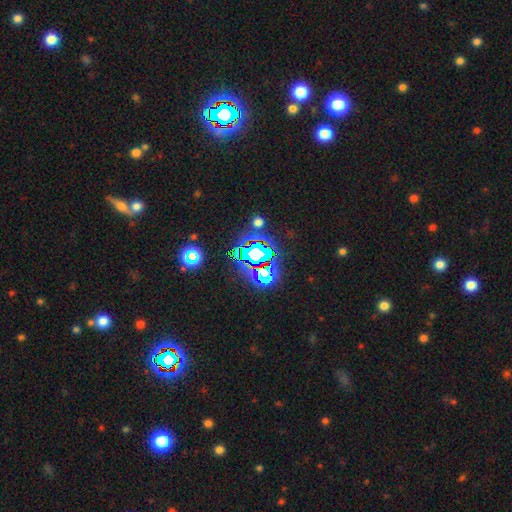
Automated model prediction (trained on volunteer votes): Smooth or featured? star or artifact (75%)